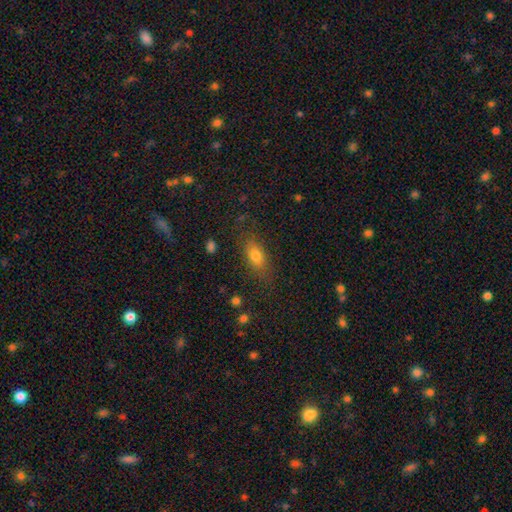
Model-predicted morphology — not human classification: Smooth or featured? smooth (76%)
How rounded? in between (77%)
Merging? none (78%)